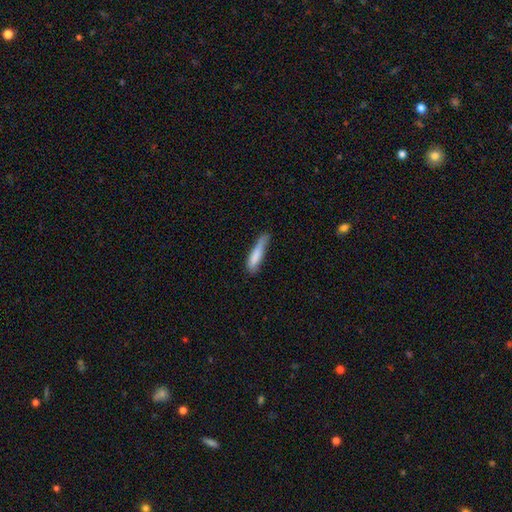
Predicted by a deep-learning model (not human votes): A smooth galaxy with no disk features (80%) that is cigar-shaped (82%).

Vote fractions:
- Smooth or featured? smooth: 80% / featured or disk: 13% / star or artifact: 6%
- How rounded? cigar-shaped: 82% / in between: 16% / round: 1%
- Merging? none: 49% / minor disturbance: 36% / major disturbance: 12% / merger: 3%